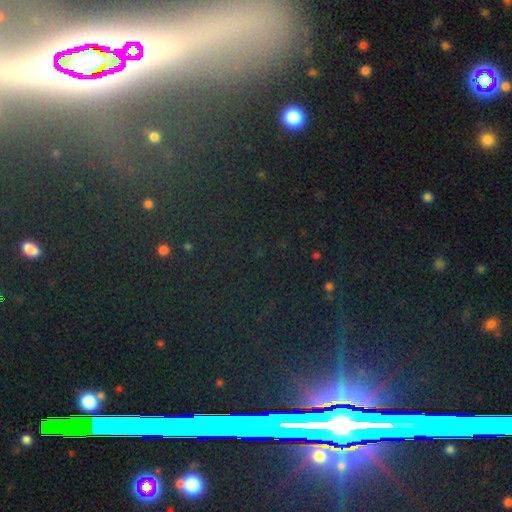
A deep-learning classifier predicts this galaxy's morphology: Q: Smooth or featured?
A: star or artifact (77%); runner-up: smooth (12%)